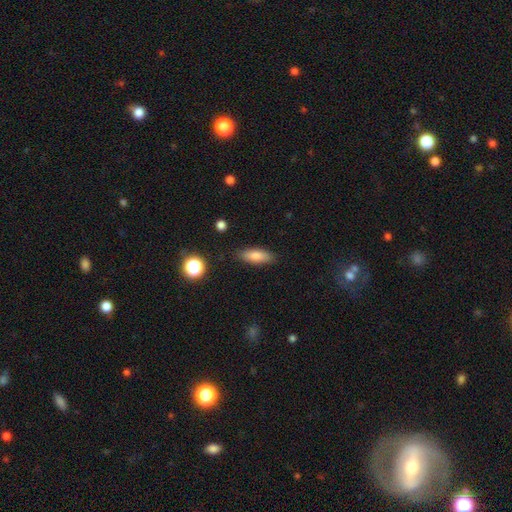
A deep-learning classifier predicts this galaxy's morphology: smooth_or_featured: smooth (p=0.77) [alt: featured or disk p=0.15]
how_rounded: in between (p=0.60) [alt: cigar-shaped p=0.37]
merging: none (p=0.86) [alt: minor disturbance p=0.10]